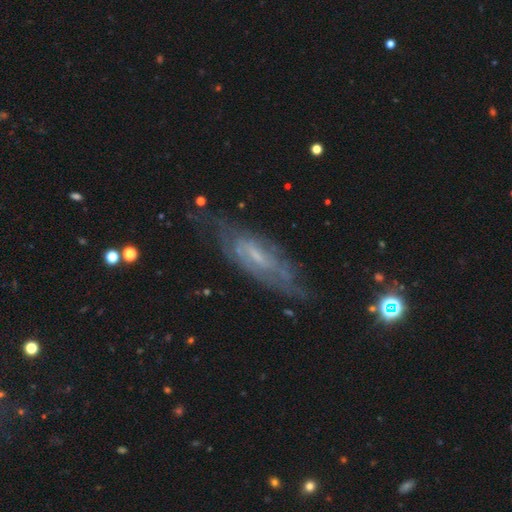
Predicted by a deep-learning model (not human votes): A featured or disk galaxy (71%) with a weak bar (49%), spiral arms (74%) and a small central bulge (53%).

Vote fractions:
- Smooth or featured? featured or disk: 71% / smooth: 20% / star or artifact: 9%
- Edge-on disk? no: 72% / yes: 28%
- Bar? weak: 49% / no: 36% / strong: 16%
- Spiral arms? yes: 74% / no: 26%
- Bulge size? small: 53% / moderate: 25% / none: 20% / large: 2% / dominant: 1%
- Merging? none: 65% / minor disturbance: 22% / major disturbance: 10% / merger: 2%